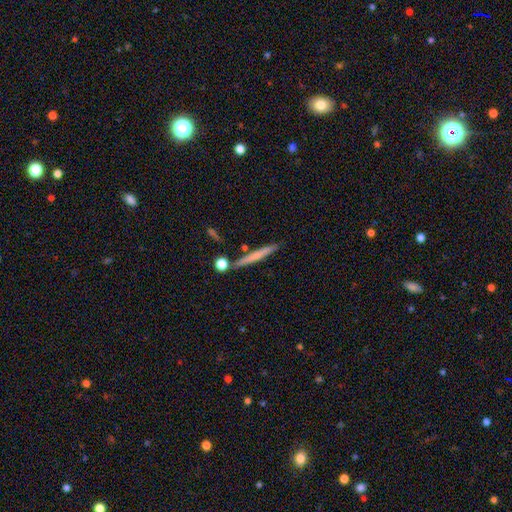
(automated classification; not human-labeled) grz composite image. It shows a smooth galaxy with no disk features (56%) that is cigar-shaped (94%). Merging: none (80%).